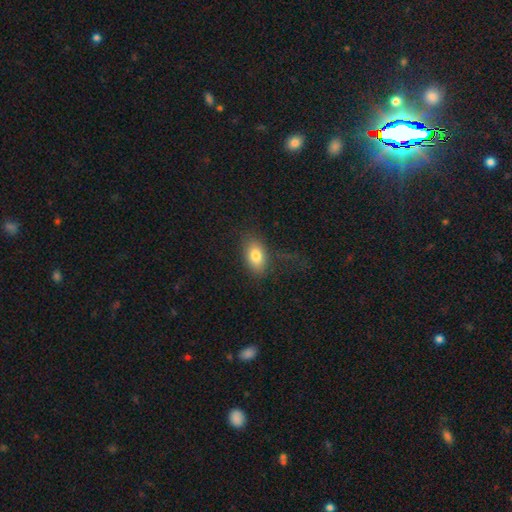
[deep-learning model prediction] smooth_or_featured: smooth (p=0.80) [alt: featured or disk p=0.11]
how_rounded: in between (p=0.87) [alt: round p=0.10]
merging: none (p=0.75) [alt: minor disturbance p=0.15]